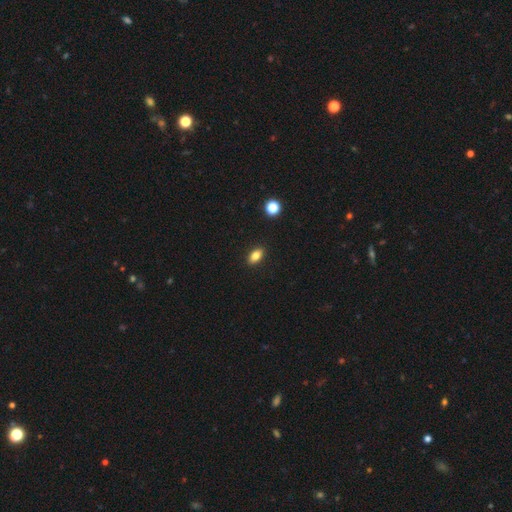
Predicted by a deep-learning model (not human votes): The model was most divided on "smooth or featured": smooth: 81%, featured or disk: 10%, star or artifact: 9%. More confident: merging — none (90%); how rounded — in between (86%).